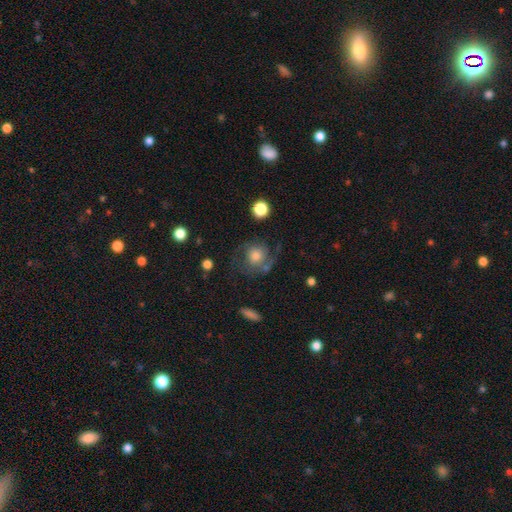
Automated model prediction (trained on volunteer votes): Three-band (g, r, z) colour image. It shows a featured or disk galaxy (51%). Merging: none (59%).